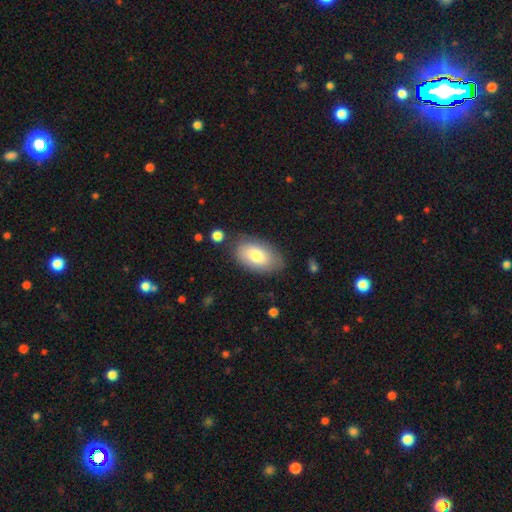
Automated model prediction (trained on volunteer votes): A smooth galaxy with no disk features (77%) that is in between round and cigar-shaped (94%). Merging: none (78%).